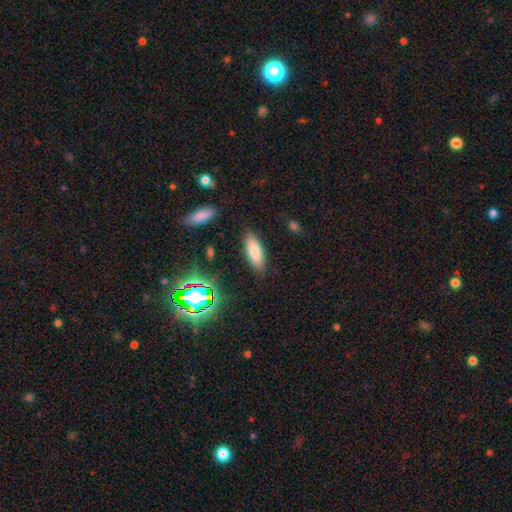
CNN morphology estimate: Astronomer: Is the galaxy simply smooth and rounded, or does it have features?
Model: smooth — 76%.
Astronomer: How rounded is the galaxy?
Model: in between — 68%.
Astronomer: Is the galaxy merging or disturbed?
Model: none — 85%.